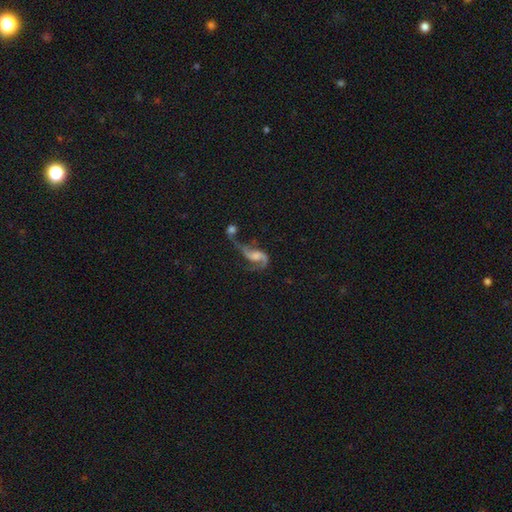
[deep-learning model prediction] Q: Smooth or featured?
A: featured or disk (83%); runner-up: smooth (9%)
Q: Edge-on disk?
A: no (96%); runner-up: yes (4%)
Q: Bar?
A: no (50%); runner-up: weak (39%)
Q: Spiral arms?
A: yes (94%); runner-up: no (6%)
Q: Spiral winding?
A: loose (68%); runner-up: medium (26%)
Q: Spiral arm count?
A: 2 (85%); runner-up: 1 (8%)
Q: Bulge size?
A: moderate (35%); runner-up: small (31%)
Q: Merging?
A: merger (33%); runner-up: none (29%)